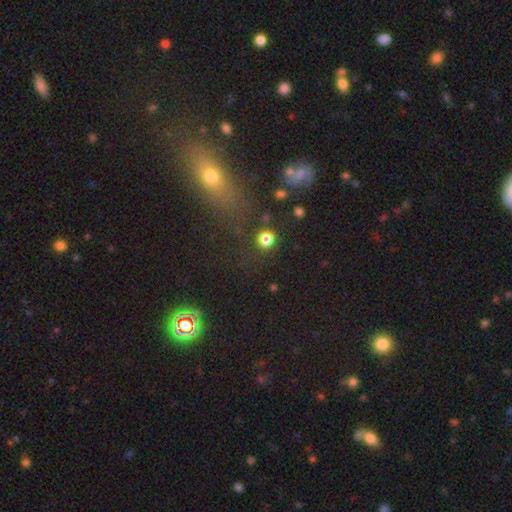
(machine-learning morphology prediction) smooth_or_featured: smooth (p=0.47) [alt: star or artifact p=0.37]
merging: none (p=0.75) [alt: minor disturbance p=0.12]